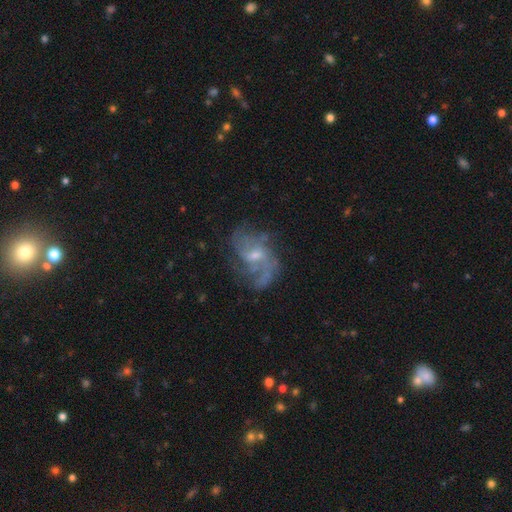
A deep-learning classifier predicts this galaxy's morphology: featured or disk 81%, smooth 11%, star or artifact 8%. Down the decision tree: edge-on disk — no (97%); bar — weak (50%); spiral arms — yes (89%); spiral arm count — 2 (41%); spiral winding — medium (42%); bulge size — small (52%); merging — none (56%).